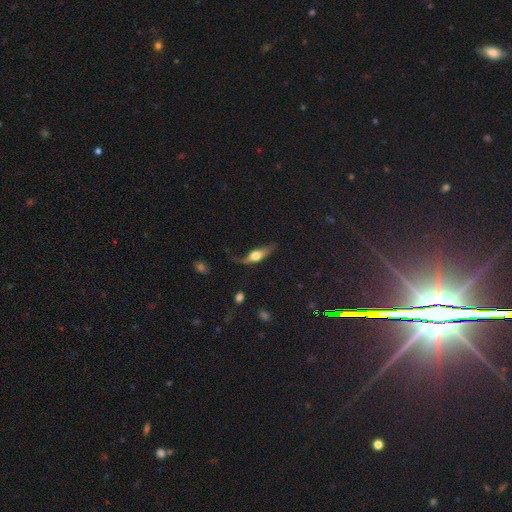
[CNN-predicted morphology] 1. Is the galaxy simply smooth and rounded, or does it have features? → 49% smooth, 44% featured or disk, 8% star or artifact.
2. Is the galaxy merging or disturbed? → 42% none, 29% minor disturbance, 26% major disturbance, 4% merger.